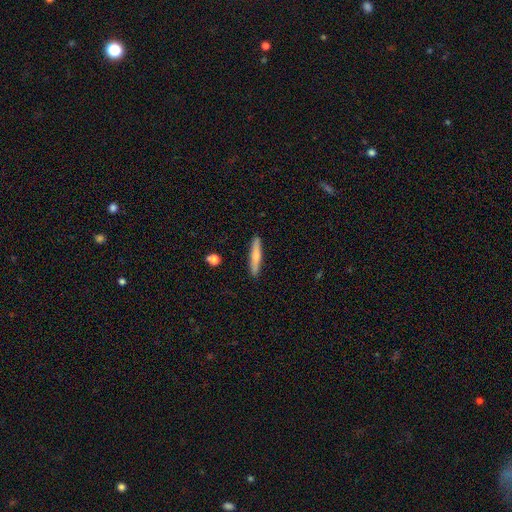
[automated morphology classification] smooth 65%, featured or disk 30%, star or artifact 6%. Down the decision tree: how rounded — cigar-shaped (91%); merging — none (90%).